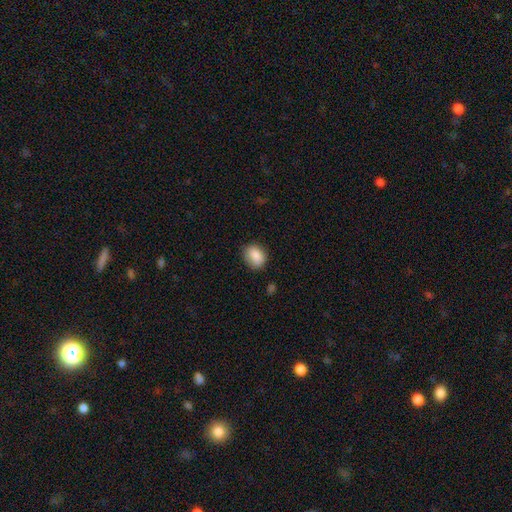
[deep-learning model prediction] Smooth or featured?
  - smooth: 86% *
  - star or artifact: 8%
  - featured or disk: 6%
How rounded?
  - in between: 53% *
  - round: 46%
  - cigar-shaped: 1%
Merging?
  - none: 80% *
  - minor disturbance: 16%
  - major disturbance: 3%
  - merger: 1%